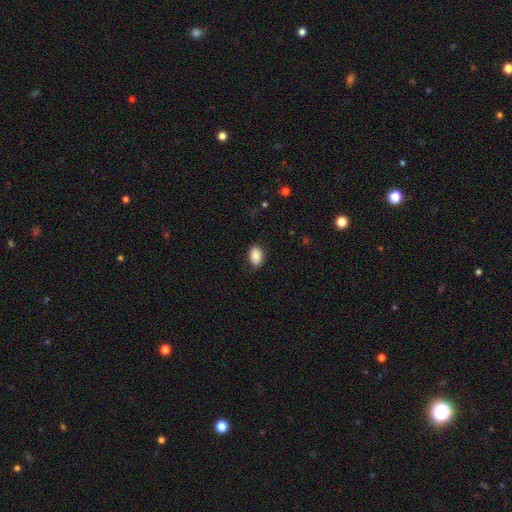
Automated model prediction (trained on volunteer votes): A smooth galaxy with no disk features (86%) that is in between round and cigar-shaped (83%). Merging: none (81%).